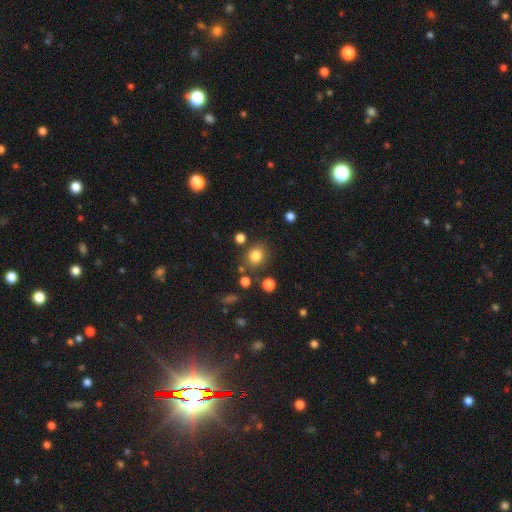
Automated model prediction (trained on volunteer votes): Q: Smooth or featured?
A: smooth (81%); runner-up: star or artifact (12%)
Q: How rounded?
A: round (73%); runner-up: in between (26%)
Q: Merging?
A: none (79%); runner-up: minor disturbance (10%)